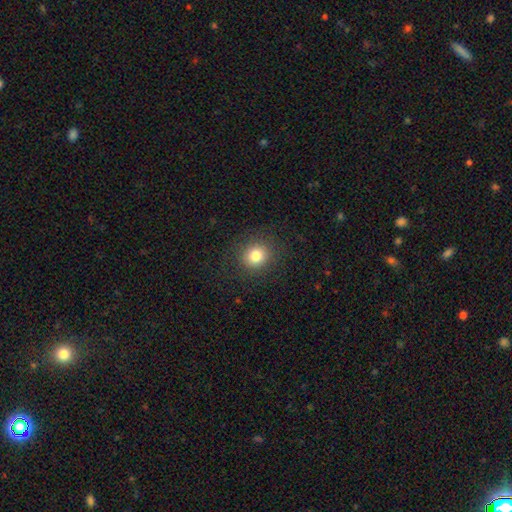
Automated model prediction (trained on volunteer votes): A smooth galaxy with no disk features (81%) that is round (86%).

Vote fractions:
- Smooth or featured? smooth: 81% / star or artifact: 12% / featured or disk: 7%
- How rounded? round: 86% / in between: 13% / cigar-shaped: 1%
- Merging? none: 88% / minor disturbance: 7% / major disturbance: 4% / merger: 1%